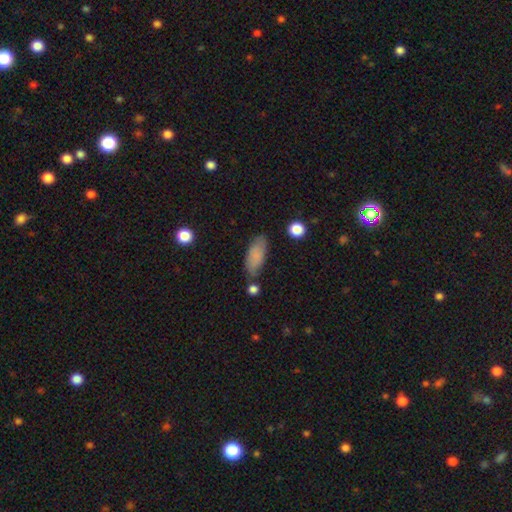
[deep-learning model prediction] The model was most divided on "merging": none: 70%, minor disturbance: 20%, merger: 6%, major disturbance: 4%. More confident: how rounded — in between (83%); smooth or featured — smooth (79%).